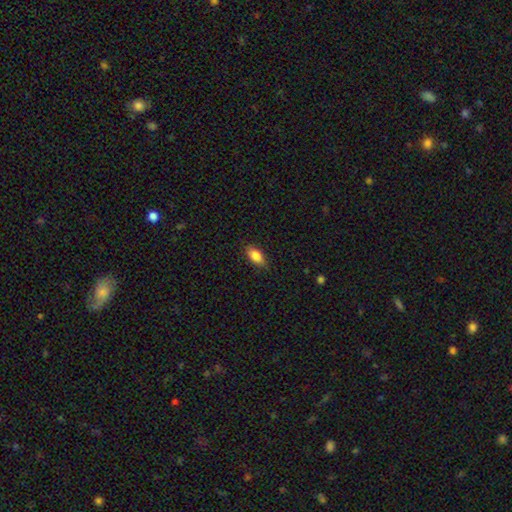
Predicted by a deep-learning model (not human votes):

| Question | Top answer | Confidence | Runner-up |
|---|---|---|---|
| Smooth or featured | smooth | 82% | featured or disk (11%) |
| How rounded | in between | 85% | cigar-shaped (10%) |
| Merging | none | 83% | minor disturbance (13%) |